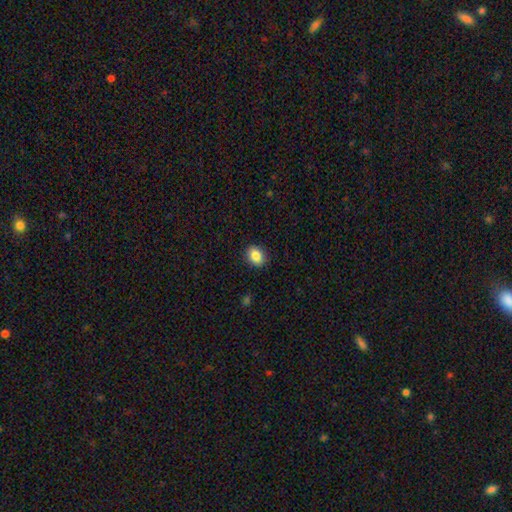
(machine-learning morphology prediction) Q: Smooth or featured?
A: smooth (86%); runner-up: star or artifact (9%)
Q: How rounded?
A: in between (58%); runner-up: round (41%)
Q: Merging?
A: none (89%); runner-up: minor disturbance (8%)